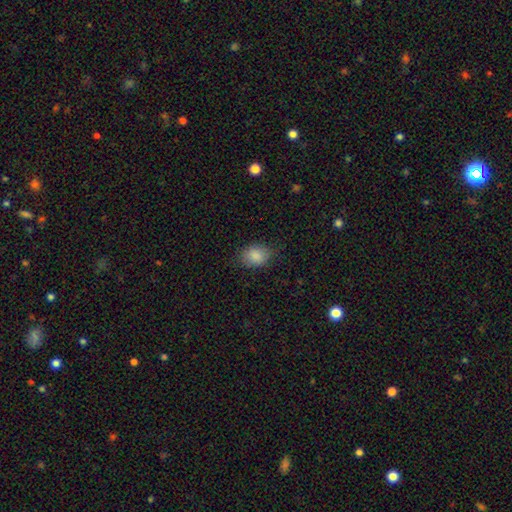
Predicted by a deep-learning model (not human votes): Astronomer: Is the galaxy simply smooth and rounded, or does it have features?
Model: smooth — 87%.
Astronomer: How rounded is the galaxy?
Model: in between — 65%.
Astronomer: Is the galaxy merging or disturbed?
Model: none — 77%.